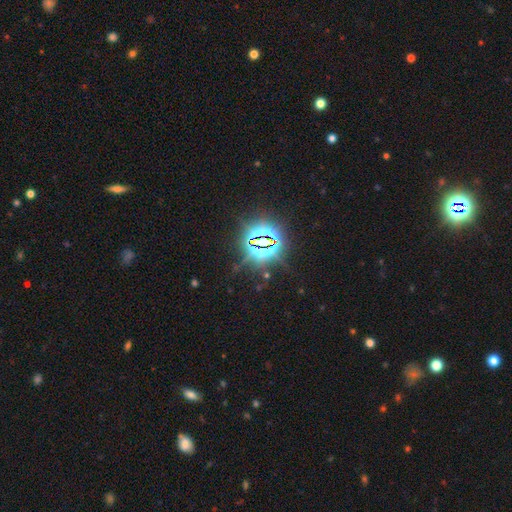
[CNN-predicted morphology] A star or artifact, not a galaxy (85%).

Vote fractions:
- Smooth or featured? star or artifact: 85% / smooth: 9% / featured or disk: 6%